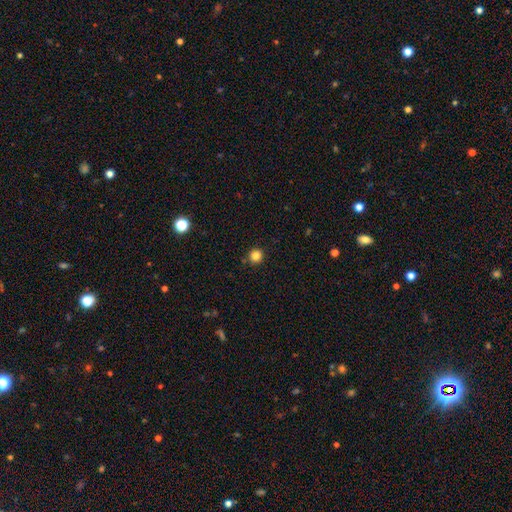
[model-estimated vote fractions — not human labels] A smooth galaxy with no disk features (83%) that is round (94%).

Vote fractions:
- Smooth or featured? smooth: 83% / star or artifact: 13% / featured or disk: 4%
- How rounded? round: 94% / in between: 5% / cigar-shaped: 1%
- Merging? none: 89% / minor disturbance: 7% / merger: 2% / major disturbance: 2%